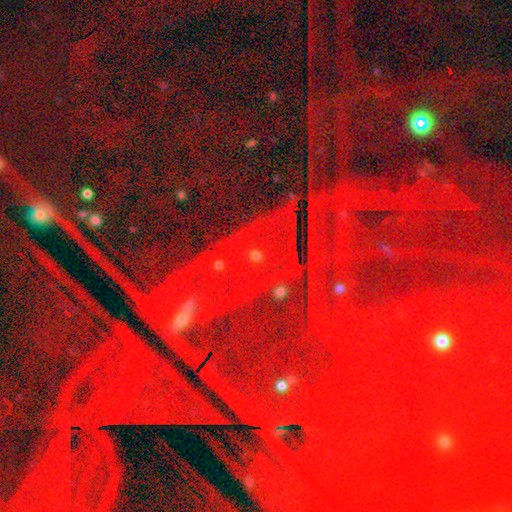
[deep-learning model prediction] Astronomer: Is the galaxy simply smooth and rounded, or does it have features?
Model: star or artifact — 78%.